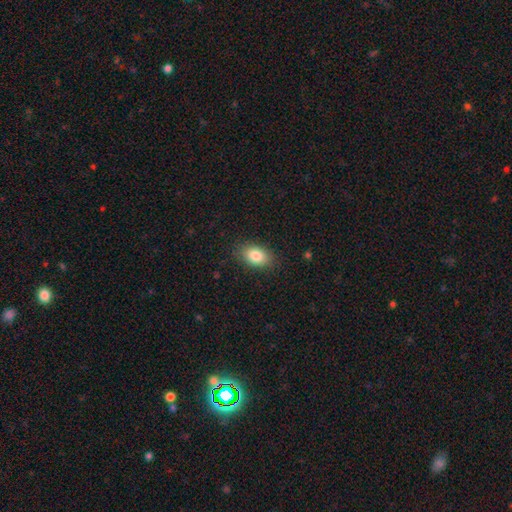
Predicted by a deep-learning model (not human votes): Smooth or featured? Predicted: smooth (p=0.84). How rounded? Predicted: in between (p=0.87). Merging? Predicted: none (p=0.86).